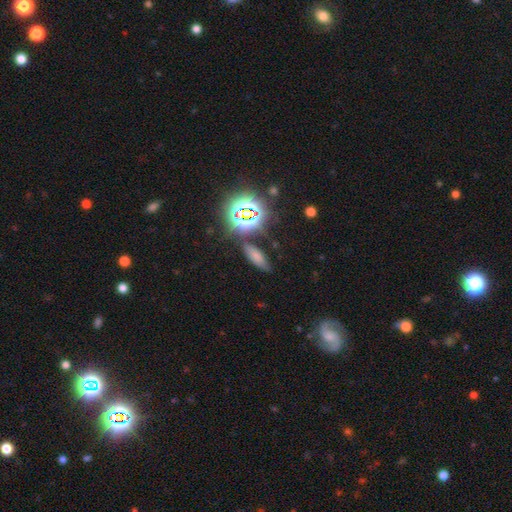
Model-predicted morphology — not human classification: The model was most divided on "smooth or featured": smooth: 60%, star or artifact: 27%, featured or disk: 12%. More confident: merging — none (78%); how rounded — in between (64%).